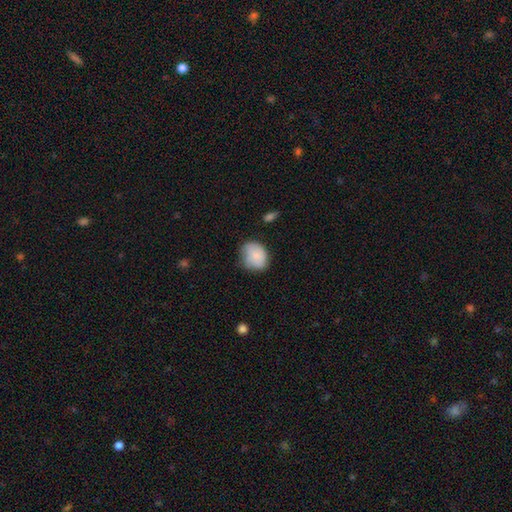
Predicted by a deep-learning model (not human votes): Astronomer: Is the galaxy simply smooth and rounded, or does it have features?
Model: smooth — 79%.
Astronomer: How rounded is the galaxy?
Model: round — 60% (runner-up: in between, 39%).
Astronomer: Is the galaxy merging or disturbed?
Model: none — 59%.